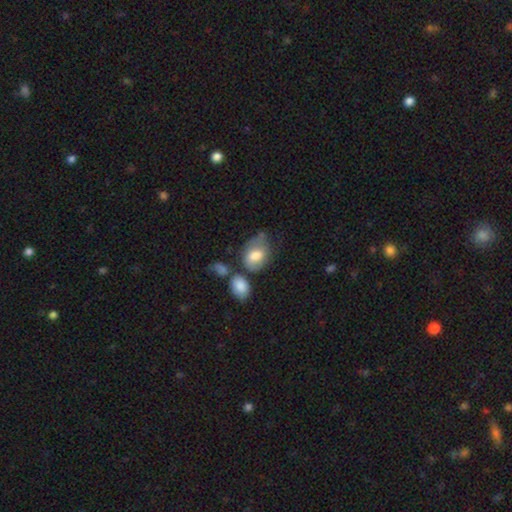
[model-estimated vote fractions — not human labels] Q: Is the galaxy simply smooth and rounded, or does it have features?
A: smooth — 71%.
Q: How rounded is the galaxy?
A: in between — 75%.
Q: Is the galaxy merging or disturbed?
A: none — 34%.